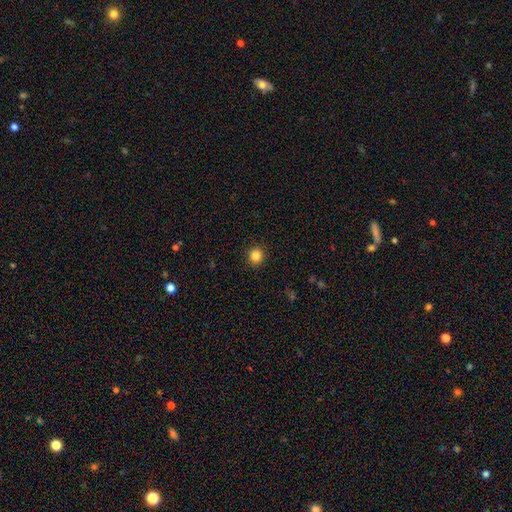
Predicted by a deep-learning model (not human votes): A smooth galaxy with no disk features (85%) that is round (91%). Merging: none (92%).